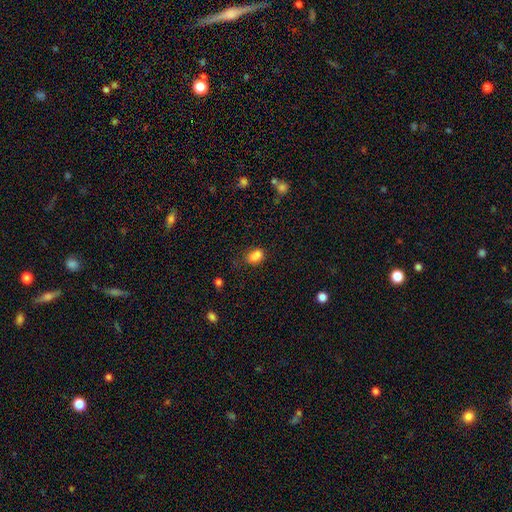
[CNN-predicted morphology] Smooth or featured? smooth (81%)
How rounded? in between (74%)
Merging? none (51%)